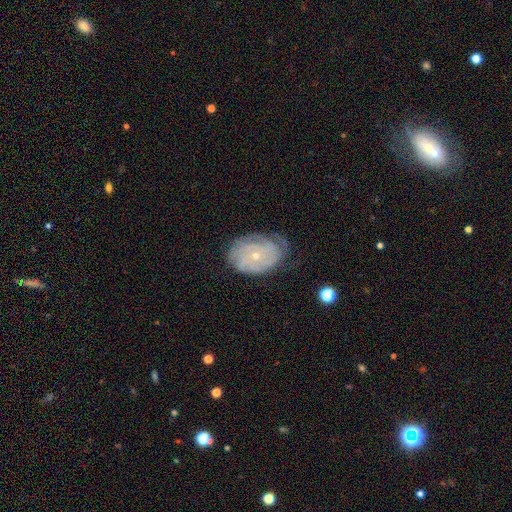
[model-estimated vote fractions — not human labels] Smooth or featured? Predicted: featured or disk (p=0.75). Edge-on disk? Predicted: no (p=0.96). Bar? Predicted: no (p=0.82). Spiral arms? Predicted: yes (p=0.90). Spiral winding? Predicted: tight (p=0.73). Spiral arm count? Predicted: can't tell (p=0.47). Bulge size? Predicted: small (p=0.73). Merging? Predicted: none (p=0.66).